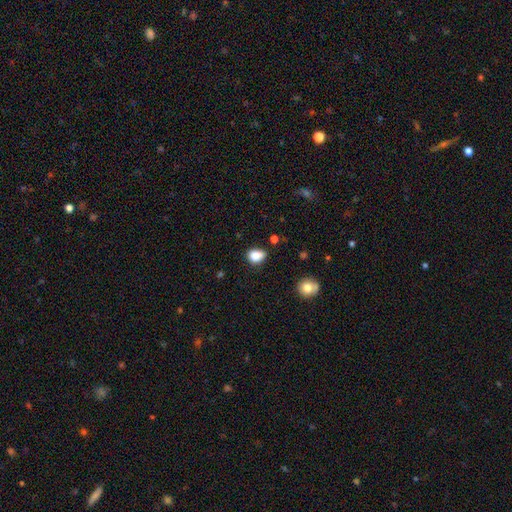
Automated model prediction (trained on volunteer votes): Overall: smooth (85%). How rounded: in between (62%; round 37%). Merging: none (63%; minor disturbance 26%).